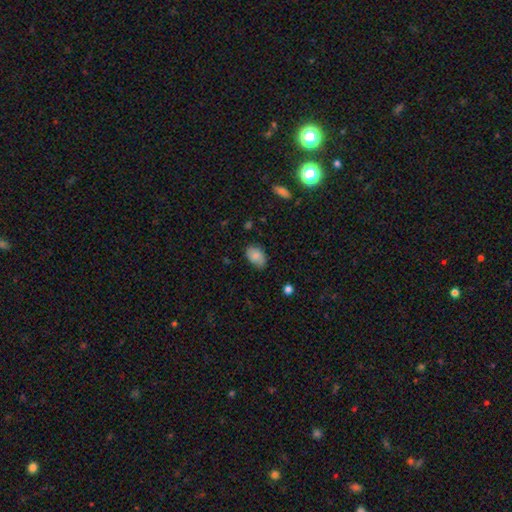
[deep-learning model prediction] This appears to be a smooth galaxy with no disk features (83%) that is in between round and cigar-shaped (87%). Merging: none (71%).